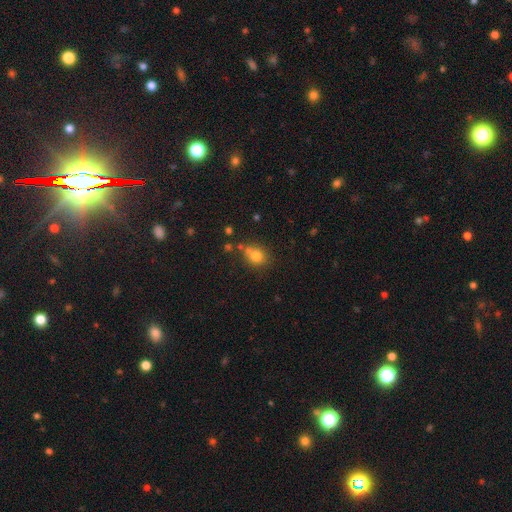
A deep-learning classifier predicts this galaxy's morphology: Smooth or featured? Predicted: smooth (p=0.77). How rounded? Predicted: round (p=0.75). Merging? Predicted: none (p=0.61).